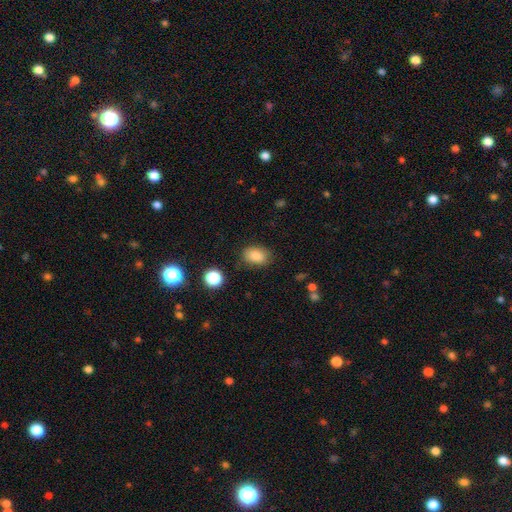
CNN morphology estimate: smooth 83%, star or artifact 10%, featured or disk 7%. Down the decision tree: how rounded — in between (81%); merging — none (80%).